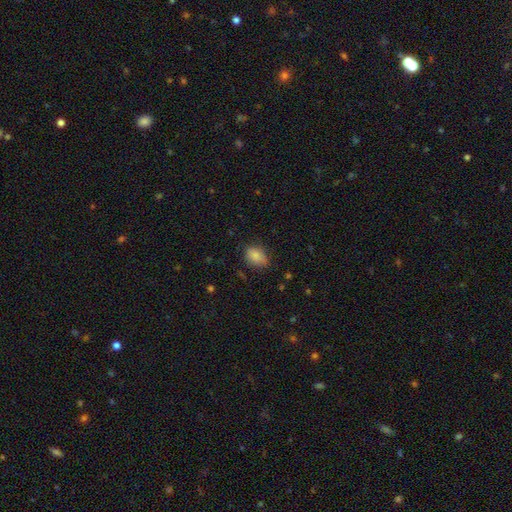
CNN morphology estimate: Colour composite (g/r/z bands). It shows a smooth galaxy with no disk features (85%) that is in between round and cigar-shaped (77%). Merging: none (71%).